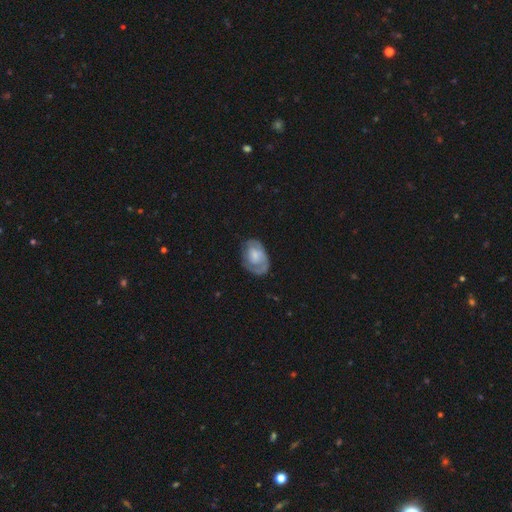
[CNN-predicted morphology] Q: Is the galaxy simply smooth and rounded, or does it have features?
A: featured or disk — 53%.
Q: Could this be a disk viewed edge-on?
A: no — 96%.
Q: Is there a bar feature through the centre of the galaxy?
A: no — 72%.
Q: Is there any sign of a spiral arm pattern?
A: yes — 76%.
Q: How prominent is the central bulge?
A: small — 34%.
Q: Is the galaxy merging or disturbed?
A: none — 61%.